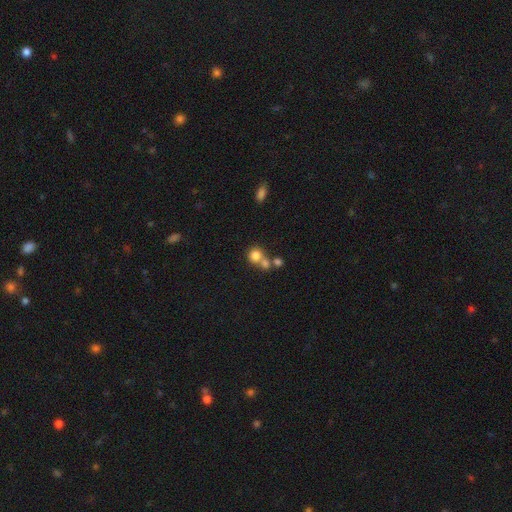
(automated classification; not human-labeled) smooth-or-featured: smooth: 78% | star or artifact: 12% | featured or disk: 10%
  how-rounded: round: 84% | in between: 15% | cigar-shaped: 1%
  merging: merger: 45% | none: 42% | minor disturbance: 8% | major disturbance: 4%